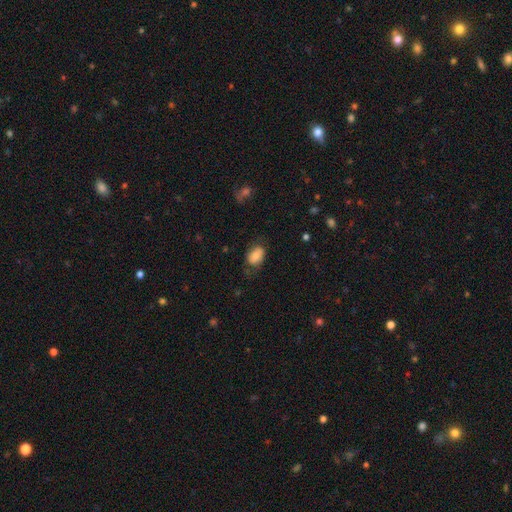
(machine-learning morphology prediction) type=smooth (77%); roundness=in between (85%); merging=none (64%).